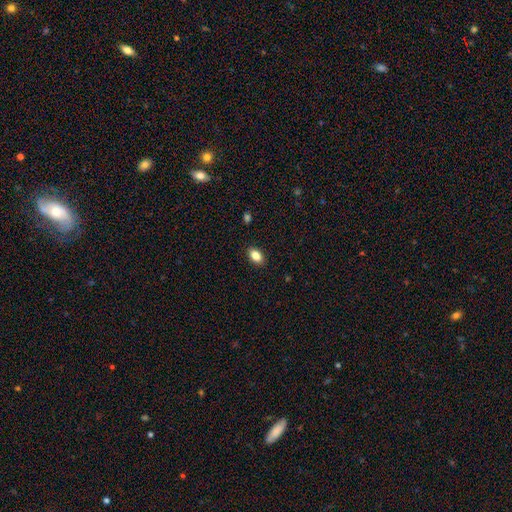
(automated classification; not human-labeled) The model was most divided on "smooth or featured": smooth: 84%, star or artifact: 9%, featured or disk: 7%. More confident: merging — none (89%); how rounded — in between (87%).